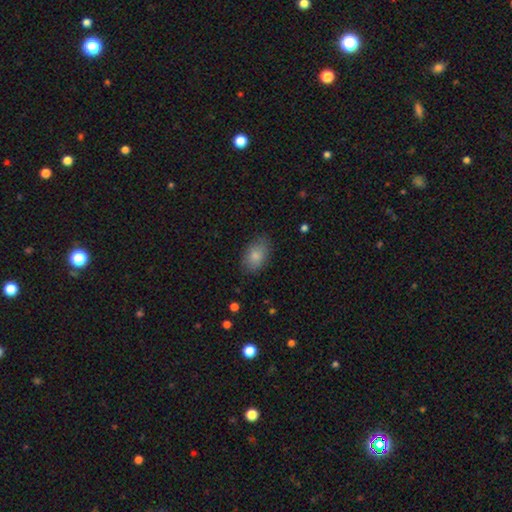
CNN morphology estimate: This appears to be a smooth galaxy with no disk features (83%) that is in between round and cigar-shaped (88%). Merging: none (81%).